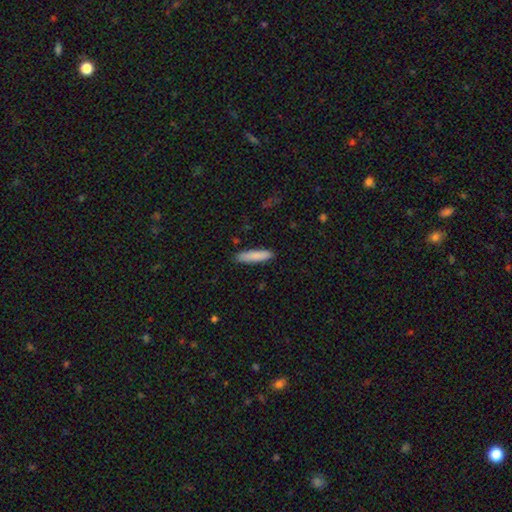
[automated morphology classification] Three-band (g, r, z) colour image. It shows a smooth galaxy with no disk features (86%) that is cigar-shaped (78%). Merging: none (88%).